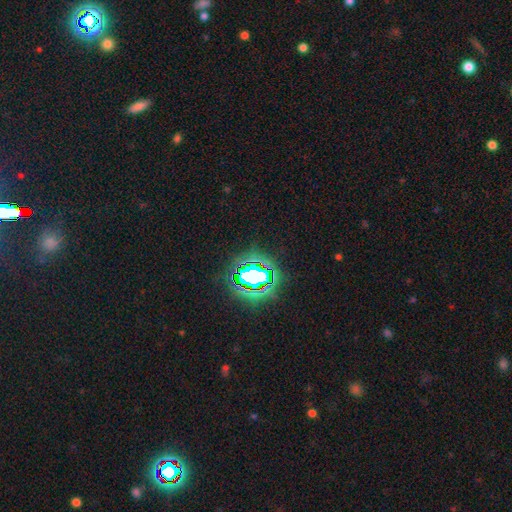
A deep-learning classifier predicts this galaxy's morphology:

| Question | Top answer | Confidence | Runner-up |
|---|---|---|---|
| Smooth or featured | star or artifact | 82% | smooth (11%) |